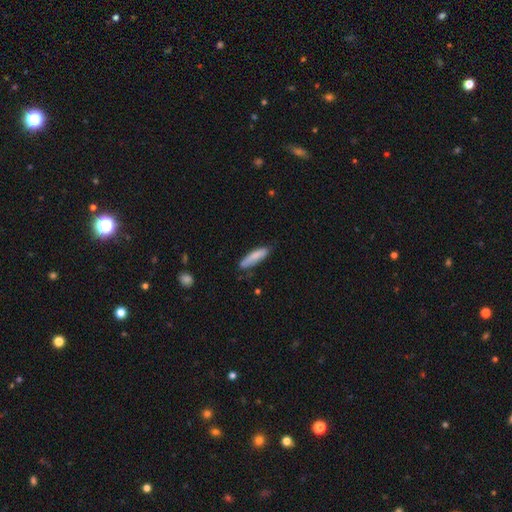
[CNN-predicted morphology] Smooth or featured? Predicted: smooth (p=0.81). How rounded? Predicted: cigar-shaped (p=0.75). Merging? Predicted: none (p=0.71).